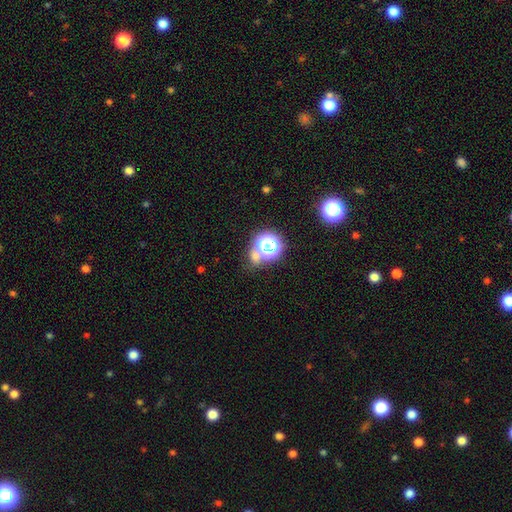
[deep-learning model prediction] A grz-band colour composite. It shows a smooth galaxy with no disk features (47%). Merging: none (56%).